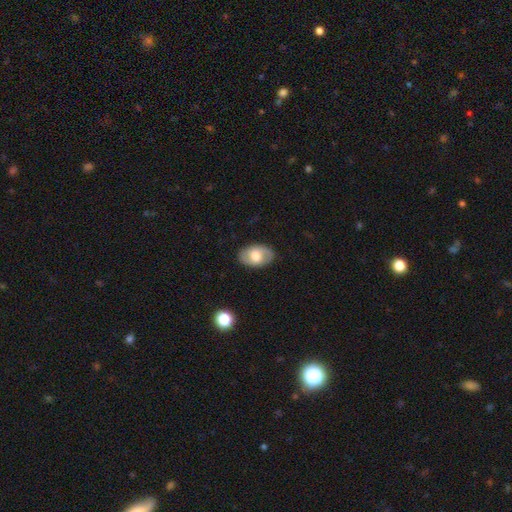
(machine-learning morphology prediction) A smooth galaxy with no disk features (50%). Merging: none (85%).